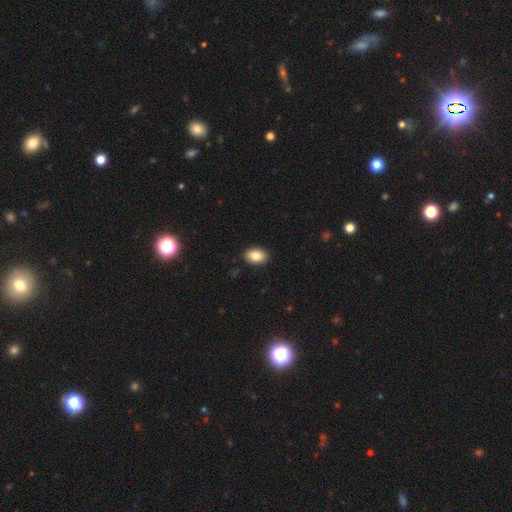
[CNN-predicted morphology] A smooth galaxy with no disk features (85%) that is in between round and cigar-shaped (83%).

Vote fractions:
- Smooth or featured? smooth: 85% / star or artifact: 8% / featured or disk: 7%
- How rounded? in between: 83% / round: 16% / cigar-shaped: 1%
- Merging? none: 90% / minor disturbance: 7% / major disturbance: 2% / merger: 1%